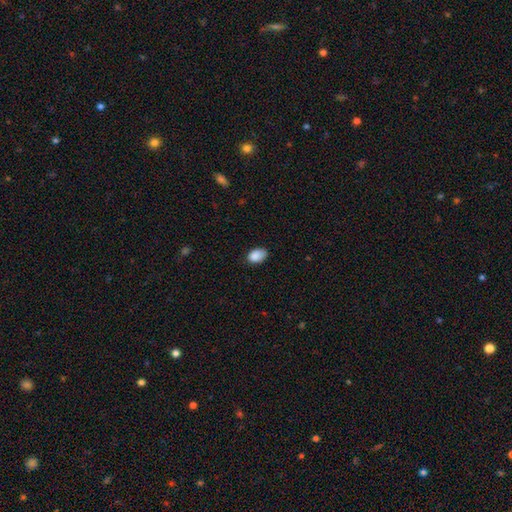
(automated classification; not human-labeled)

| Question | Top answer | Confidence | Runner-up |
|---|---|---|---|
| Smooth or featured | smooth | 88% | star or artifact (8%) |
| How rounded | in between | 85% | round (13%) |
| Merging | none | 72% | minor disturbance (23%) |